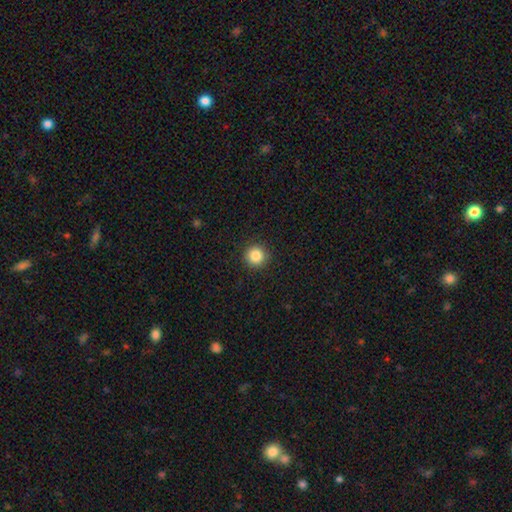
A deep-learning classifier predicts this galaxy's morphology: A smooth galaxy with no disk features (86%) that is round (95%). Merging: none (92%).